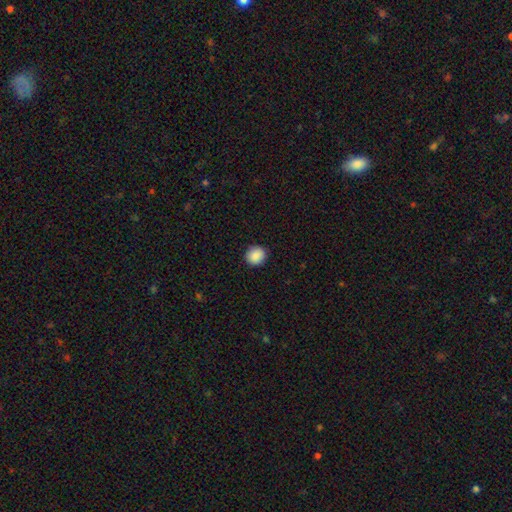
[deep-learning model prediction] A smooth galaxy with no disk features (89%) that is round (85%). Merging: none (91%).